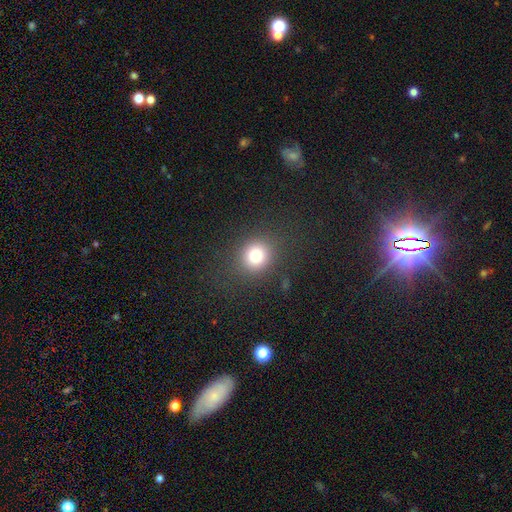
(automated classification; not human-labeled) This is likely a smooth galaxy (78%). How rounded: clearly round (83%). Merging: clearly none (85%).